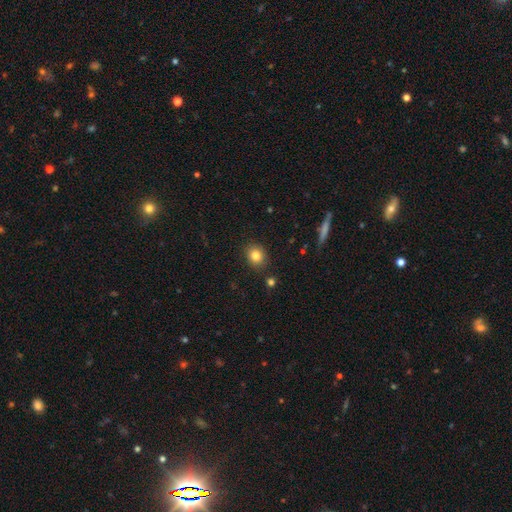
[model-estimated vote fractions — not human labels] Smooth or featured: smooth — 83% (star or artifact — 10%)
How rounded: round — 65% (in between — 34%)
Merging: none — 87% (minor disturbance — 9%)